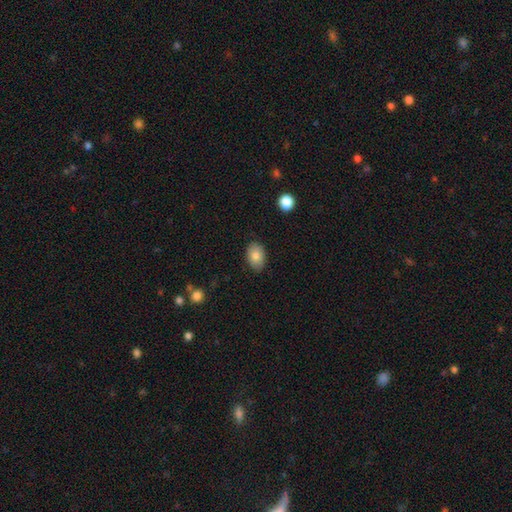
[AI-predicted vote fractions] Q: Smooth or featured?
A: smooth (83%); runner-up: featured or disk (10%)
Q: How rounded?
A: in between (84%); runner-up: round (14%)
Q: Merging?
A: none (85%); runner-up: minor disturbance (11%)